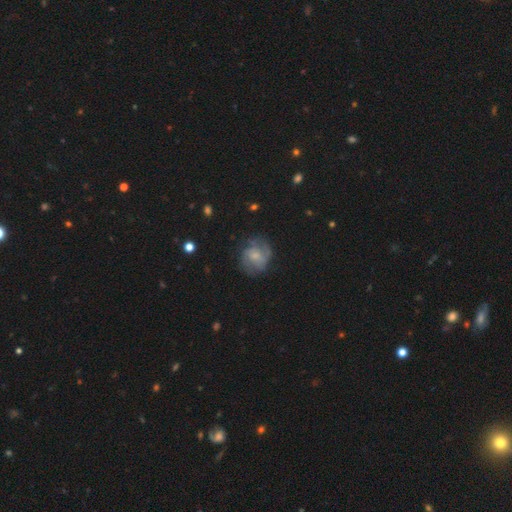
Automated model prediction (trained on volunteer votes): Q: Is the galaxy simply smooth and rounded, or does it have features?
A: featured or disk — 61%.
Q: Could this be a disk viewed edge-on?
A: no — 98%.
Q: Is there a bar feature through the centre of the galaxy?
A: no — 61%.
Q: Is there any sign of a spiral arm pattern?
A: yes — 82%.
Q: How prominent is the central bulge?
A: small — 48%.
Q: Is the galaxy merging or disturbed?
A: none — 64%.